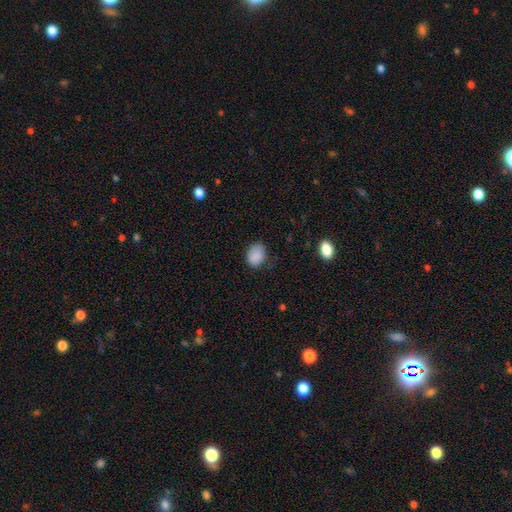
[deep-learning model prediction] Smooth or featured? Predicted: smooth (p=0.87). How rounded? Predicted: in between (p=0.61). Merging? Predicted: none (p=0.68).